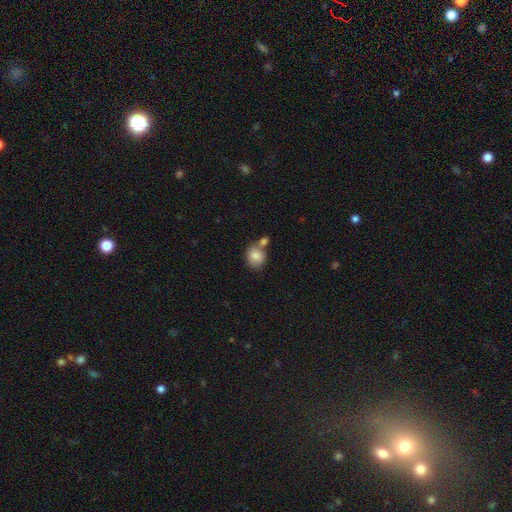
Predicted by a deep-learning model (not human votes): Smooth or featured? smooth (84%)
How rounded? round (69%)
Merging? none (45%)